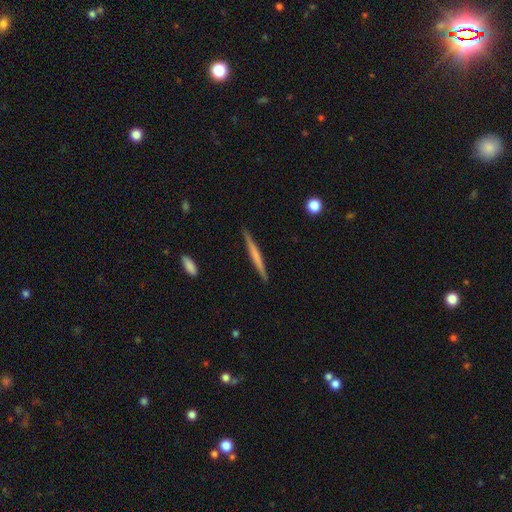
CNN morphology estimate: Smooth or featured? Predicted: featured or disk (p=0.47, tied with smooth). Merging? Predicted: none (p=0.91).